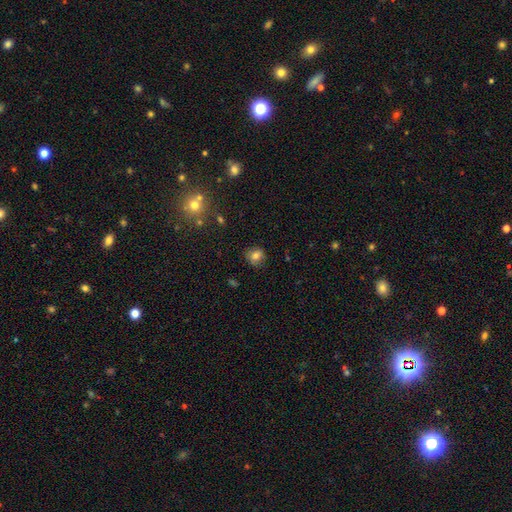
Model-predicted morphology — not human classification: The model was most divided on "how rounded": round: 80%, in between: 19%, cigar-shaped: 1%. More confident: merging — none (81%); smooth or featured — smooth (77%).